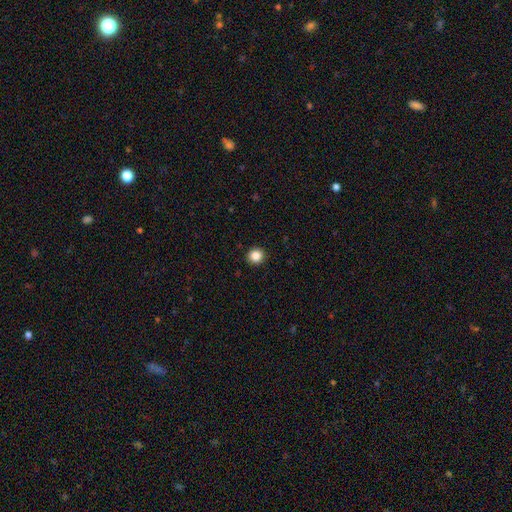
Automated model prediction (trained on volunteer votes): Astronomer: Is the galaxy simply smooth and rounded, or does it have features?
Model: smooth — 85%.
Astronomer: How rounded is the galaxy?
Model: round — 93%.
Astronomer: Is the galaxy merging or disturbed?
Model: none — 93%.